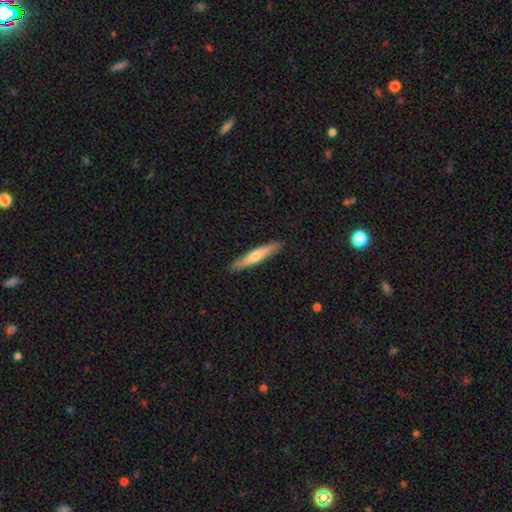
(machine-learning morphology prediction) smooth_or_featured: smooth (p=0.54) [alt: featured or disk p=0.41]
how_rounded: cigar-shaped (p=0.90) [alt: in between p=0.08]
merging: none (p=0.89) [alt: minor disturbance p=0.08]